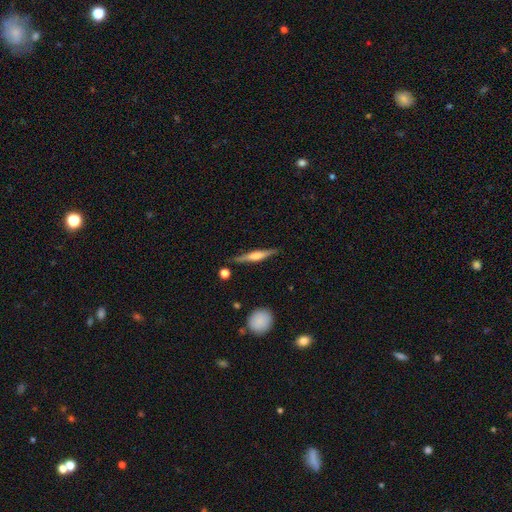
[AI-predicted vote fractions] smooth_or_featured: featured or disk (p=0.67) [alt: smooth p=0.27]
disk_edge_on: yes (p=0.97) [alt: no p=0.03]
edge_on_bulge: rounded (p=0.69) [alt: boxy p=0.22]
merging: none (p=0.85) [alt: minor disturbance p=0.11]